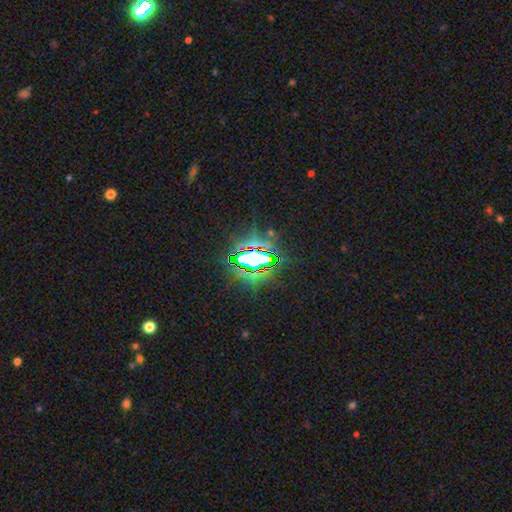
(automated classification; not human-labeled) Smooth or featured: star or artifact — 80% (smooth — 10%)